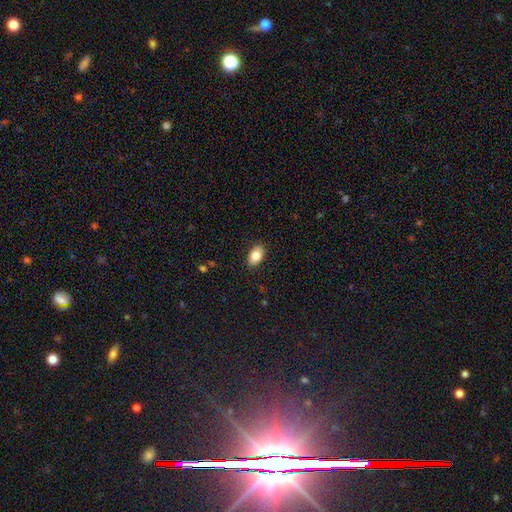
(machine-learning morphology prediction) This is clearly a smooth galaxy (82%). How rounded: clearly in between (90%). Merging: clearly none (88%).